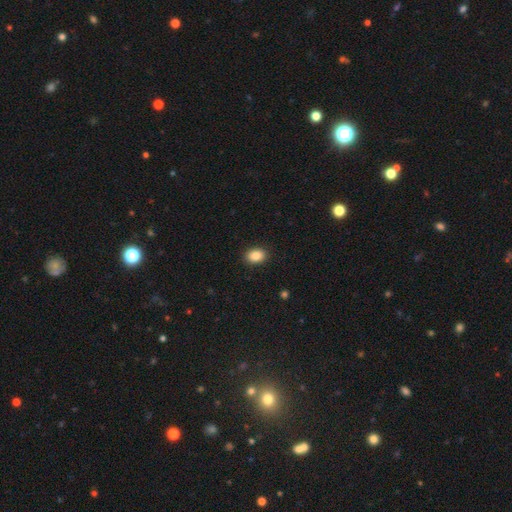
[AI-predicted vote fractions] A smooth galaxy with no disk features (88%) that is in between round and cigar-shaped (72%).

Vote fractions:
- Smooth or featured? smooth: 88% / star or artifact: 8% / featured or disk: 4%
- How rounded? in between: 72% / round: 27% / cigar-shaped: 1%
- Merging? none: 90% / minor disturbance: 7% / major disturbance: 2% / merger: 1%